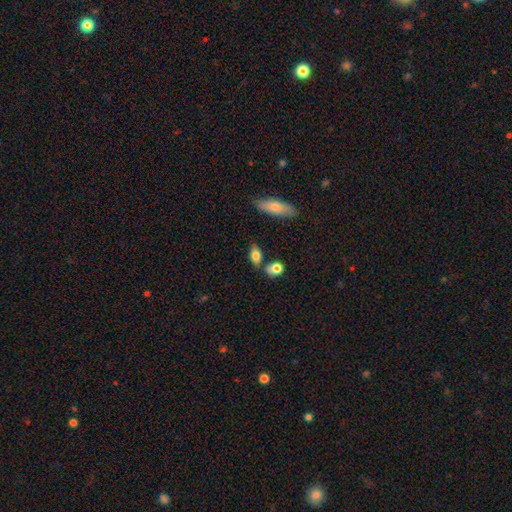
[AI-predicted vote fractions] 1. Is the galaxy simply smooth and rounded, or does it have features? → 74% smooth, 17% featured or disk, 8% star or artifact.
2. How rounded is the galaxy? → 77% in between, 11% round, 11% cigar-shaped.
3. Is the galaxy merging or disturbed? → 66% none, 15% minor disturbance, 15% merger, 5% major disturbance.